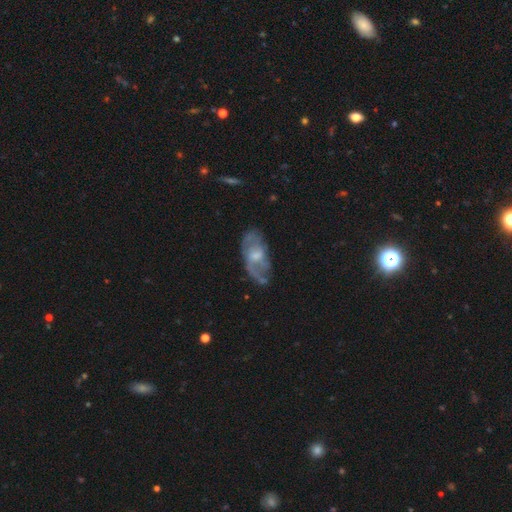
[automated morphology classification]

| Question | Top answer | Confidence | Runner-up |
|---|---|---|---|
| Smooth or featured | featured or disk | 68% | smooth (26%) |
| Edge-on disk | no | 93% | yes (7%) |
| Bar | no | 48% | weak (45%) |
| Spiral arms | yes | 76% | no (24%) |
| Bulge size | moderate | 49% | small (35%) |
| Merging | none | 59% | minor disturbance (25%) |